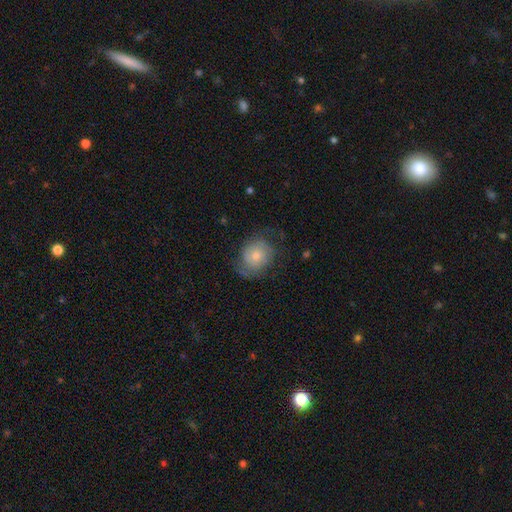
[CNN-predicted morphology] Q: Smooth or featured?
A: smooth (55%); runner-up: featured or disk (37%)
Q: How rounded?
A: round (71%); runner-up: in between (28%)
Q: Merging?
A: none (57%); runner-up: minor disturbance (25%)